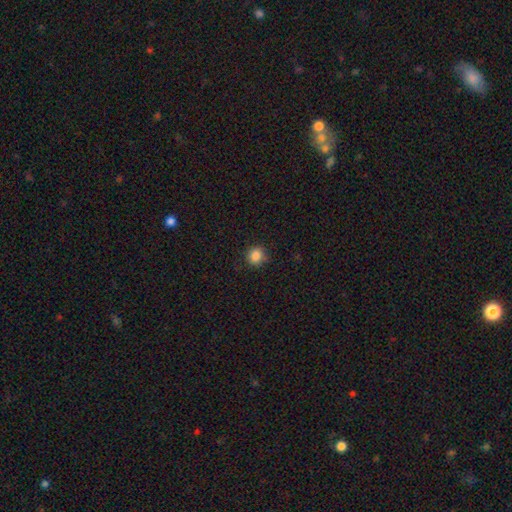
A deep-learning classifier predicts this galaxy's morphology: A smooth galaxy with no disk features (86%) that is round (86%). Merging: none (86%).